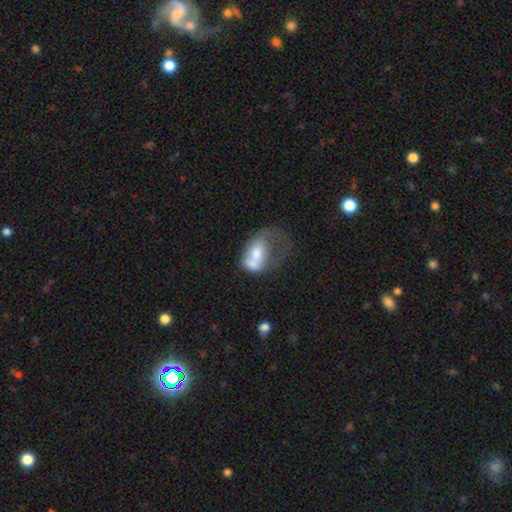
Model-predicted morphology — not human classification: This is possibly a smooth galaxy (57%). How rounded: clearly in between (81%). Merging: marginally major disturbance (43%).